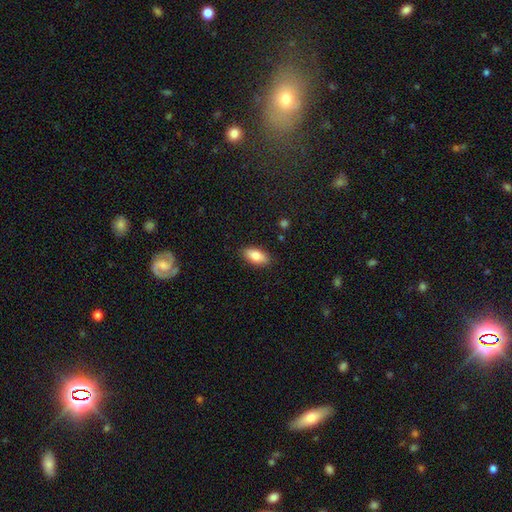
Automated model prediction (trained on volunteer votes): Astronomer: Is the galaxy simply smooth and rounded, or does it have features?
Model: smooth — 84%.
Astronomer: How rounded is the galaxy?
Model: in between — 89%.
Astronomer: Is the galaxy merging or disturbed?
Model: none — 87%.